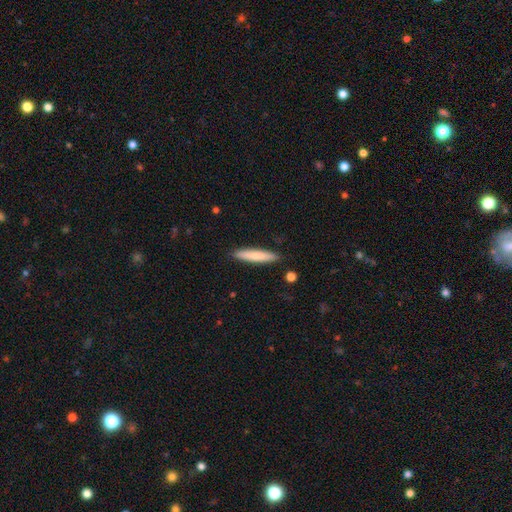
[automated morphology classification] smooth_or_featured: smooth (p=0.79) [alt: featured or disk p=0.15]
how_rounded: cigar-shaped (p=0.90) [alt: in between p=0.09]
merging: none (p=0.90) [alt: minor disturbance p=0.07]